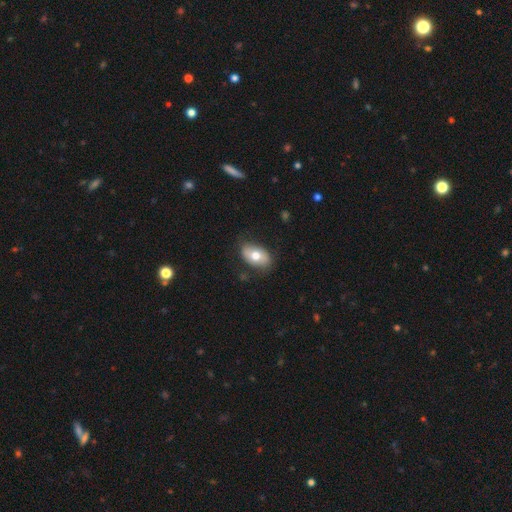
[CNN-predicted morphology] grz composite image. It shows a smooth galaxy with no disk features (68%) that is in between round and cigar-shaped (90%). Merging: none (79%).